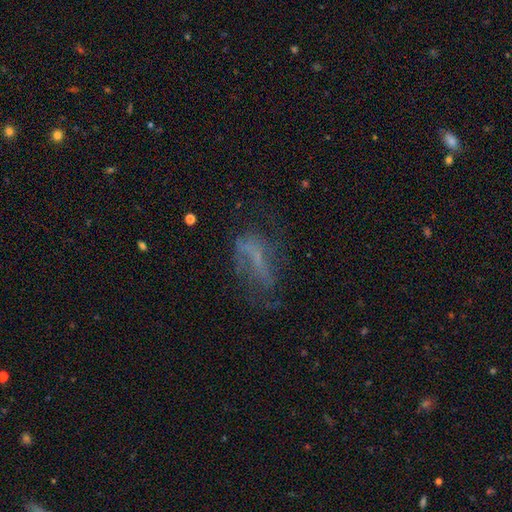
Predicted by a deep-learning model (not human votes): Smooth or featured? featured or disk (53%)
Edge-on disk? no (89%)
Merging? none (45%)